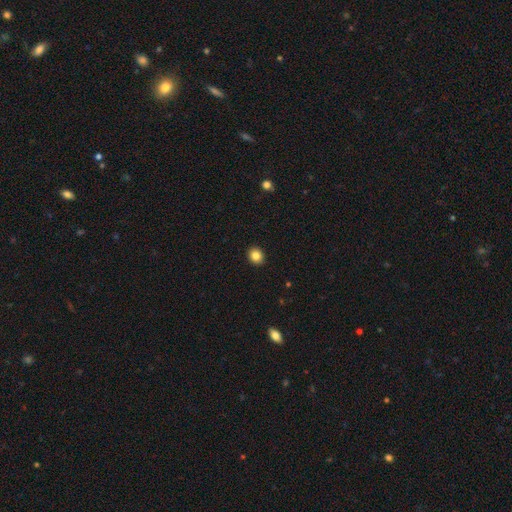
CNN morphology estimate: Smooth or featured? Predicted: smooth (p=0.84). How rounded? Predicted: round (p=0.73). Merging? Predicted: none (p=0.92).